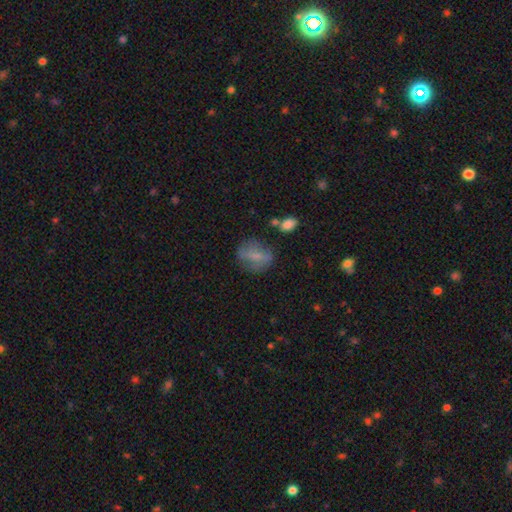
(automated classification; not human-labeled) Q: Smooth or featured?
A: smooth (60%); runner-up: featured or disk (29%)
Q: How rounded?
A: in between (52%); runner-up: round (44%)
Q: Merging?
A: none (64%); runner-up: minor disturbance (21%)